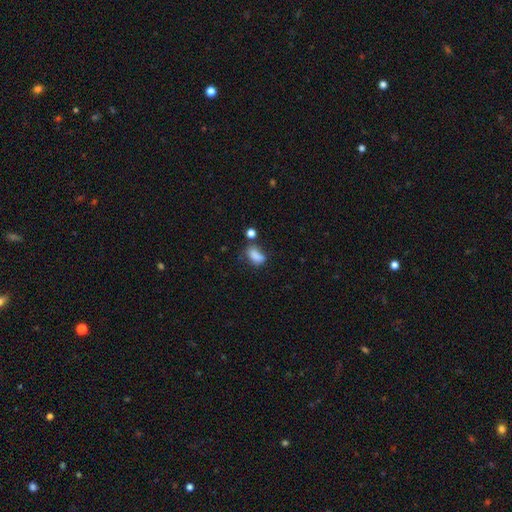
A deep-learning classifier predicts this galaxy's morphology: type=smooth (80%); roundness=in between (85%); merging=none (43%).